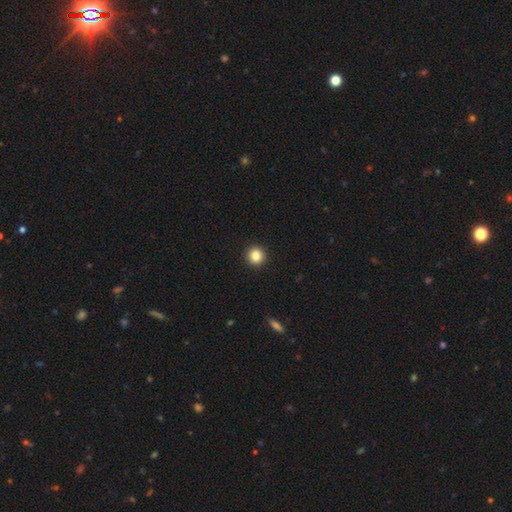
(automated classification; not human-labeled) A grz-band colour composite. It shows a smooth galaxy with no disk features (85%) that is round (93%). Merging: none (93%).